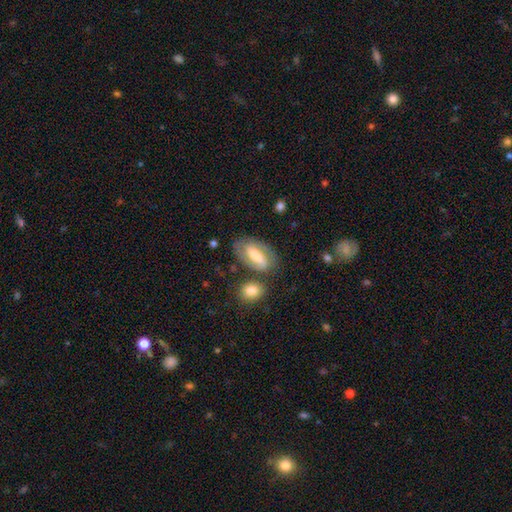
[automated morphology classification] Smooth or featured?
  - featured or disk: 52% *
  - smooth: 41%
  - star or artifact: 7%
Edge-on disk?
  - no: 89% *
  - yes: 11%
Merging?
  - none: 68% *
  - minor disturbance: 18%
  - major disturbance: 7%
  - merger: 7%